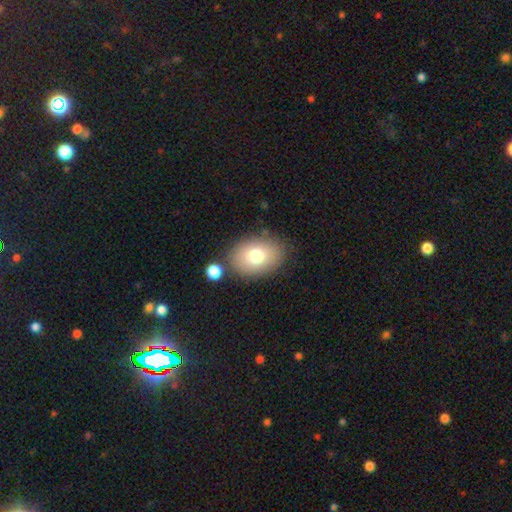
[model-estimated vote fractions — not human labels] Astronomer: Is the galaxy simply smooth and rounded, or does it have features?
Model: smooth — 76%.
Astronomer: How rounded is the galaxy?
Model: in between — 75%.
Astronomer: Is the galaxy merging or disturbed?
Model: none — 78%.